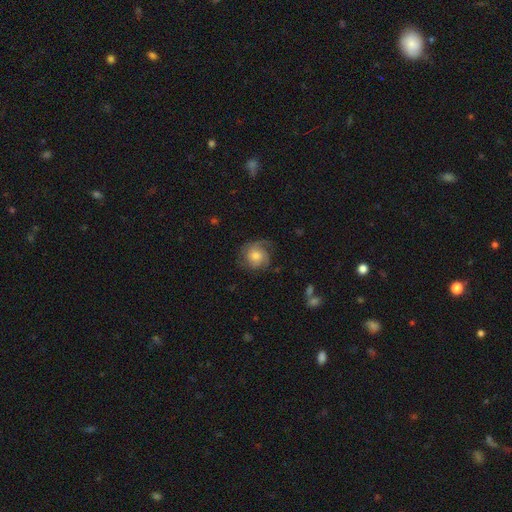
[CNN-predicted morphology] type=featured or disk (63%); edge-on=no (98%); bar=no (78%); spiral arms=yes (91%); winding=tight (50%); arm count=2 (30%); bulge=moderate (57%); merging=none (66%).